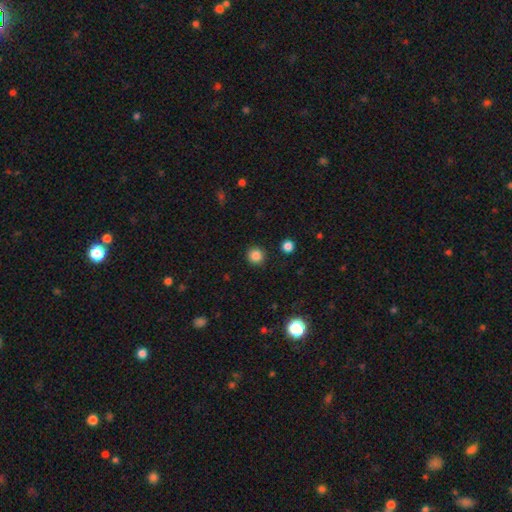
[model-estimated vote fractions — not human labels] A smooth galaxy with no disk features (85%) that is round (93%).

Vote fractions:
- Smooth or featured? smooth: 85% / star or artifact: 12% / featured or disk: 4%
- How rounded? round: 93% / in between: 6% / cigar-shaped: 1%
- Merging? none: 92% / minor disturbance: 5% / major disturbance: 2% / merger: 1%